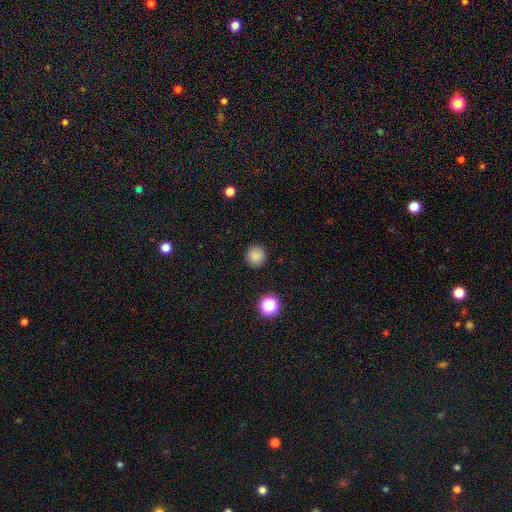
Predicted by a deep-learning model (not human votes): A smooth galaxy with no disk features (84%) that is round (94%).

Vote fractions:
- Smooth or featured? smooth: 84% / star or artifact: 12% / featured or disk: 3%
- How rounded? round: 94% / in between: 5% / cigar-shaped: 1%
- Merging? none: 91% / minor disturbance: 6% / major disturbance: 2% / merger: 1%